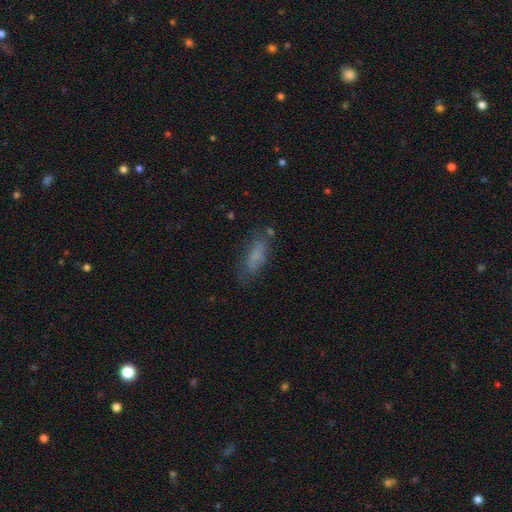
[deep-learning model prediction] smooth_or_featured: smooth (p=0.67) [alt: featured or disk p=0.22]
how_rounded: in between (p=0.65) [alt: cigar-shaped p=0.32]
merging: none (p=0.63) [alt: minor disturbance p=0.22]